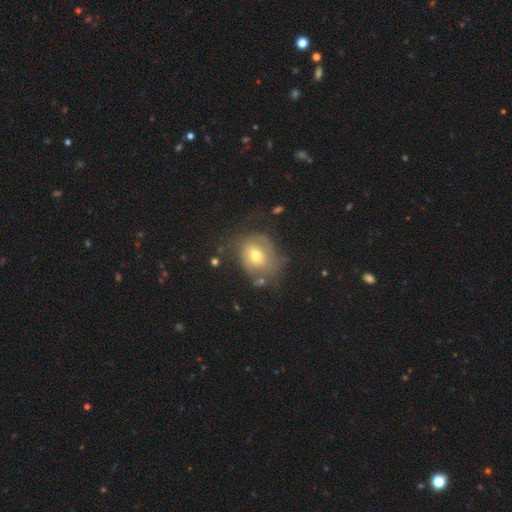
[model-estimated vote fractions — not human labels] Smooth or featured: smooth — 55% (featured or disk — 35%)
How rounded: round — 58% (in between — 41%)
Merging: none — 51% (minor disturbance — 27%)